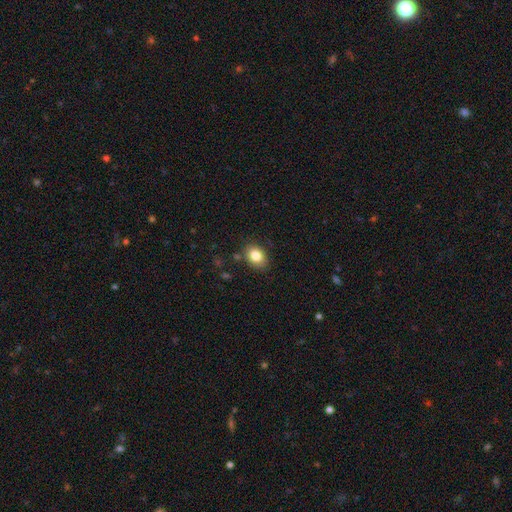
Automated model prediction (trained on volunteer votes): This appears to be a smooth galaxy with no disk features (84%) that is in between round and cigar-shaped (67%). Merging: none (83%).